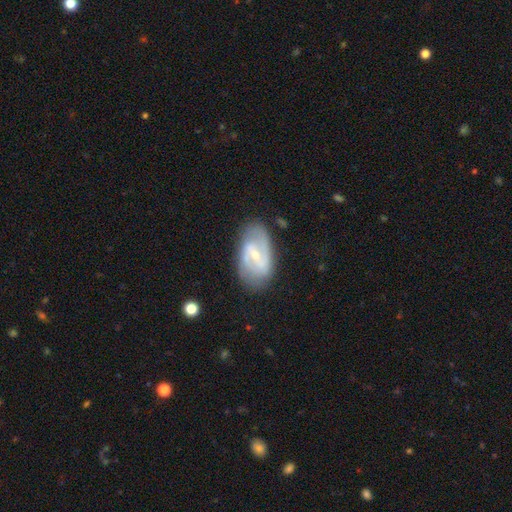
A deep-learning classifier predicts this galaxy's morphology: A featured or disk galaxy (80%) with a weak bar (50%), 2 (82%) medium (48%) spiral arms (89%) and a small central bulge (64%).

Vote fractions:
- Smooth or featured? featured or disk: 80% / smooth: 15% / star or artifact: 6%
- Edge-on disk? no: 96% / yes: 4%
- Bar? weak: 50% / strong: 34% / no: 16%
- Spiral arms? yes: 89% / no: 11%
- Spiral winding? medium: 48% / tight: 27% / loose: 25%
- Spiral arm count? 2: 82% / can't tell: 10% / 3: 3% / 1: 3% / 4: 1% / more than 4: 1%
- Bulge size? small: 64% / moderate: 31% / none: 3% / large: 1% / dominant: 1%
- Merging? none: 76% / minor disturbance: 17% / major disturbance: 5% / merger: 2%